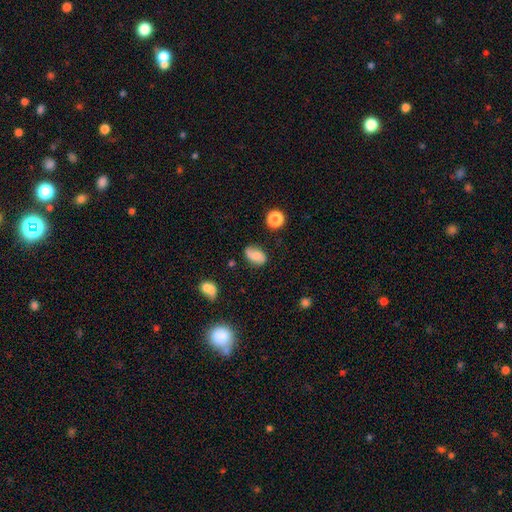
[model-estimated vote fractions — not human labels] A smooth galaxy with no disk features (59%) that is in between round and cigar-shaped (85%). Merging: none (69%).